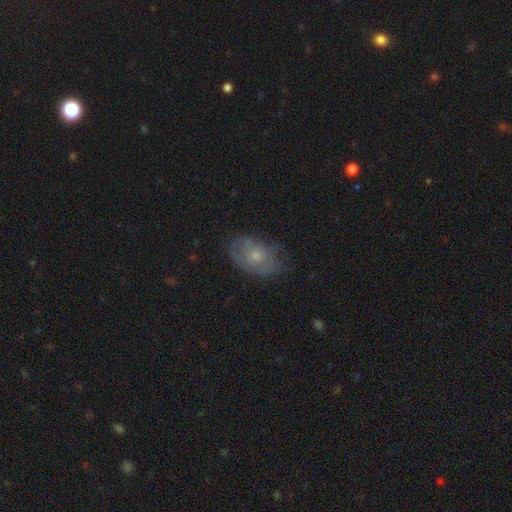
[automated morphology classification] Smooth or featured? smooth (47%)
Merging? none (64%)